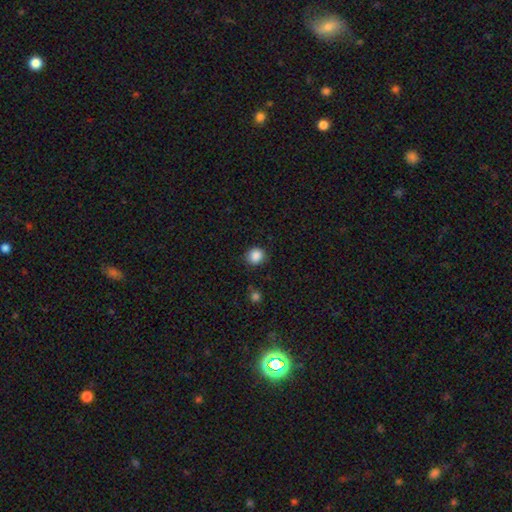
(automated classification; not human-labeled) smooth_or_featured: smooth (p=0.87) [alt: star or artifact p=0.10]
how_rounded: round (p=0.85) [alt: in between p=0.14]
merging: none (p=0.86) [alt: minor disturbance p=0.10]